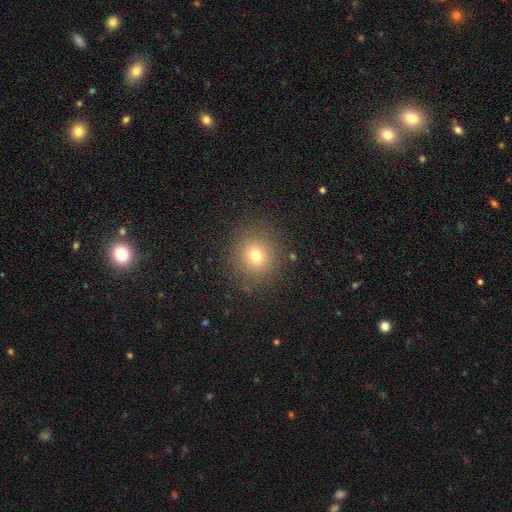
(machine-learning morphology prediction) A smooth galaxy with no disk features (72%) that is round (90%). Merging: none (88%).